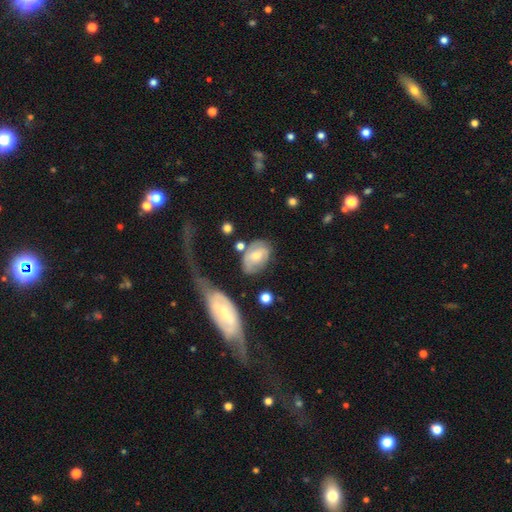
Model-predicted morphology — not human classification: type=featured or disk (47%); merging=none (52%).